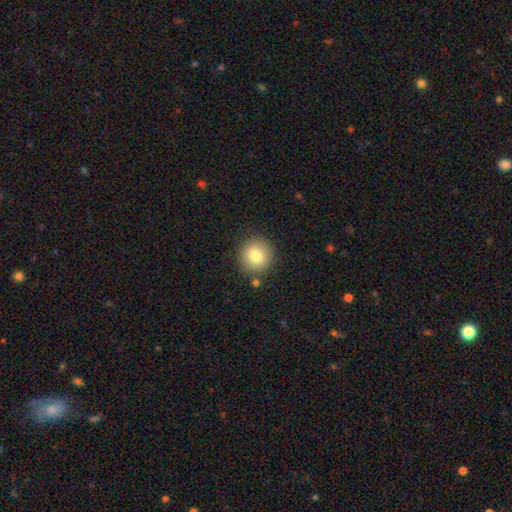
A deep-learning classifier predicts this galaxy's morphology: Q: Smooth or featured?
A: smooth (81%); runner-up: featured or disk (10%)
Q: How rounded?
A: round (94%); runner-up: in between (5%)
Q: Merging?
A: none (86%); runner-up: minor disturbance (8%)